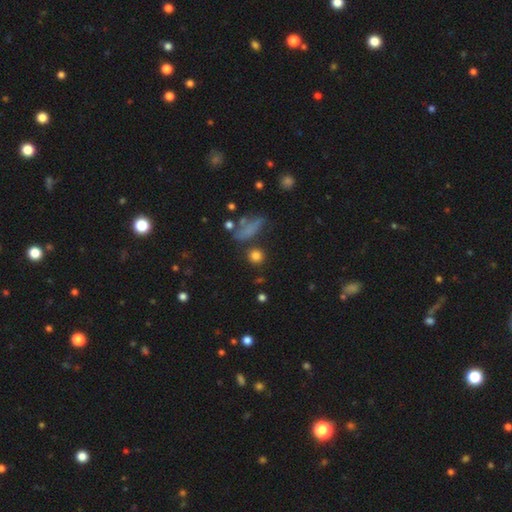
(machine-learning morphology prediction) This appears to be a smooth galaxy with no disk features (79%) that is round (84%). Merging: none (76%).